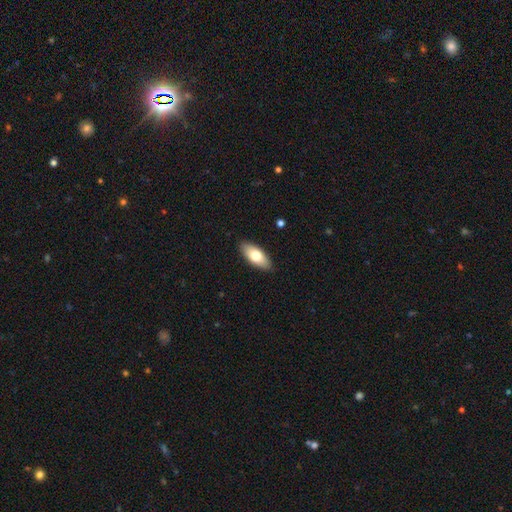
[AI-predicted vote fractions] Smooth or featured? Predicted: smooth (p=0.74). How rounded? Predicted: in between (p=0.85). Merging? Predicted: none (p=0.89).